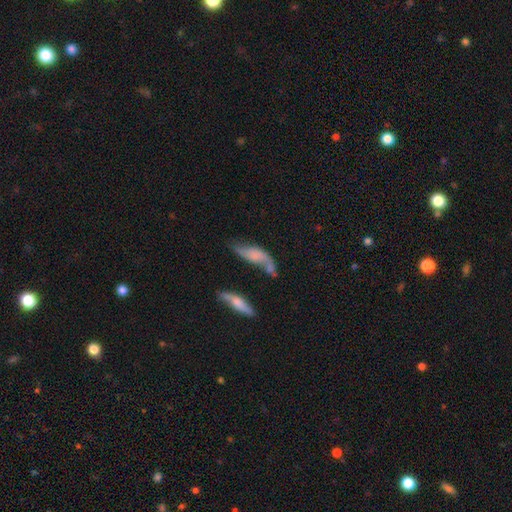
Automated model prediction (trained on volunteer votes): smooth_or_featured: smooth (p=0.47) [alt: featured or disk p=0.44]
merging: none (p=0.34) [alt: merger p=0.26]